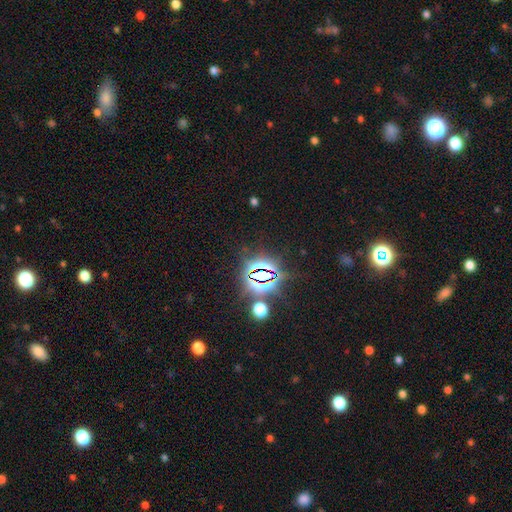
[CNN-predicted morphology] smooth-or-featured: star or artifact: 83% | smooth: 11% | featured or disk: 7%